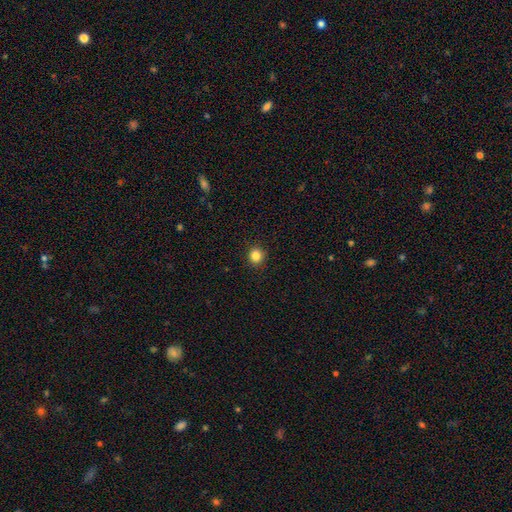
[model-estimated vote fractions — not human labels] A smooth galaxy with no disk features (84%) that is round (92%). Merging: none (92%).